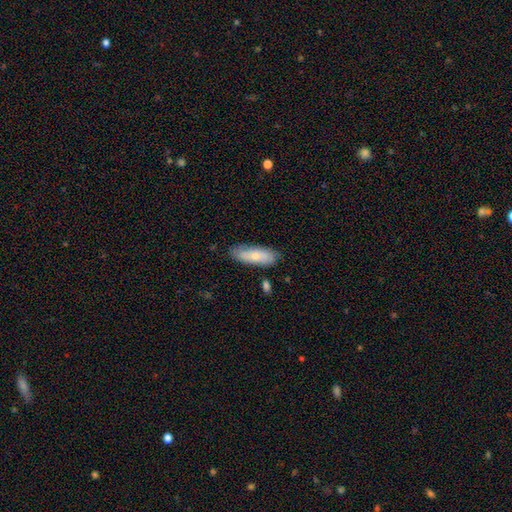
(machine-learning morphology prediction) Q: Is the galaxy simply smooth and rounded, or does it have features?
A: smooth — 70%.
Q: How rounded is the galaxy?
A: in between — 67%.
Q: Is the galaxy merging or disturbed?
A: none — 77%.